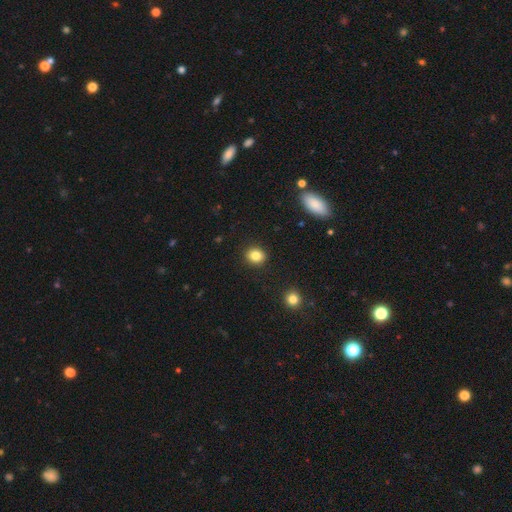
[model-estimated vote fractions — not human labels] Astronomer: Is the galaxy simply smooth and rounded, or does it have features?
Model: smooth — 84%.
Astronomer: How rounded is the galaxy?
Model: round — 71%.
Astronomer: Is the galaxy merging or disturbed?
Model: none — 91%.